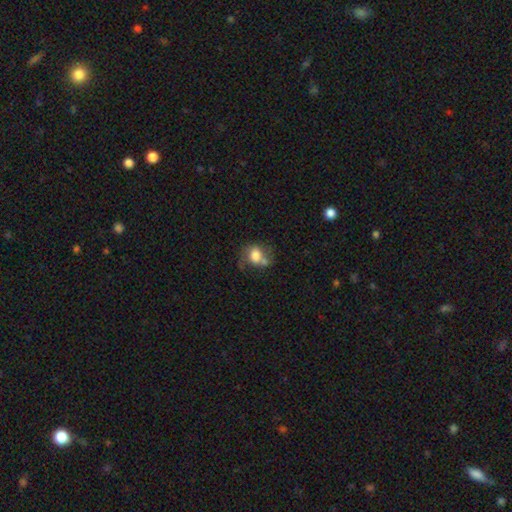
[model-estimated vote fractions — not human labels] Smooth or featured? Predicted: smooth (p=0.67). How rounded? Predicted: round (p=0.53). Merging? Predicted: none (p=0.36).